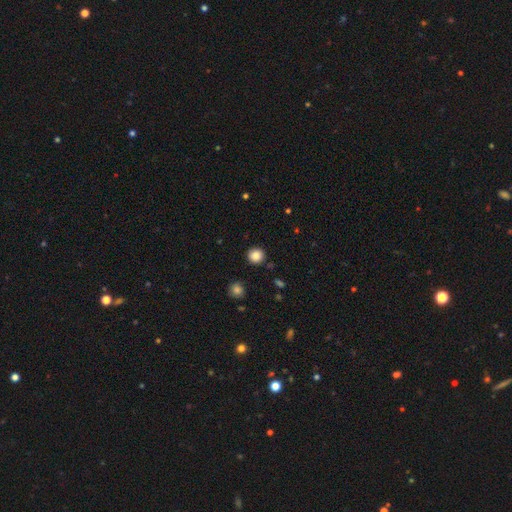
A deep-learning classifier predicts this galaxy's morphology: This appears to be a smooth galaxy with no disk features (86%) that is round (92%). Merging: none (90%).